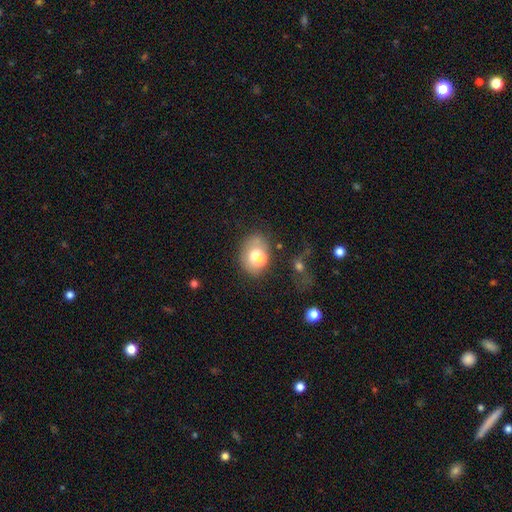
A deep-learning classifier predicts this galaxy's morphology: smooth 67%, featured or disk 23%, star or artifact 10%. Down the decision tree: how rounded — in between (62%); merging — none (41%).